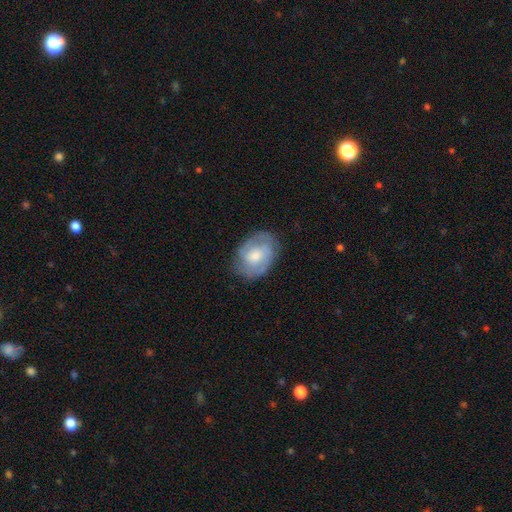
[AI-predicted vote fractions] Smooth or featured? Predicted: featured or disk (p=0.58). Edge-on disk? Predicted: no (p=0.97). Bar? Predicted: no (p=0.63). Spiral arms? Predicted: yes (p=0.78). Bulge size? Predicted: moderate (p=0.51). Merging? Predicted: none (p=0.71).